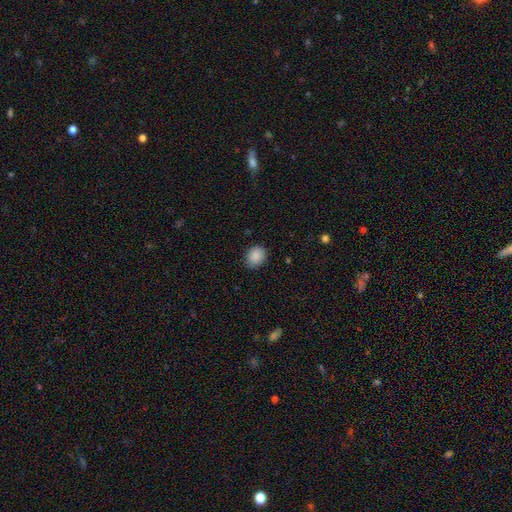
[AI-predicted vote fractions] The model was most divided on "how rounded": round: 62%, in between: 37%, cigar-shaped: 1%. More confident: smooth or featured — smooth (88%); merging — none (85%).